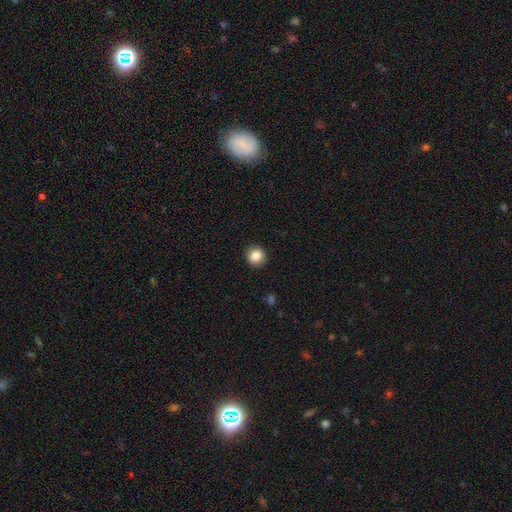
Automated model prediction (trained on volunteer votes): Smooth or featured? Predicted: smooth (p=0.86). How rounded? Predicted: round (p=0.89). Merging? Predicted: none (p=0.91).